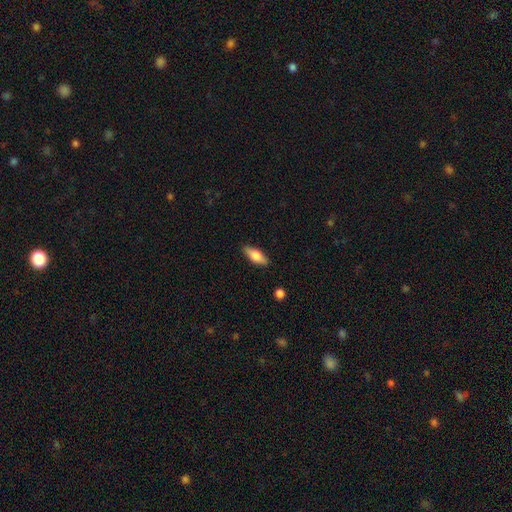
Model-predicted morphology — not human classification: Smooth or featured: smooth — 72% (featured or disk — 22%)
How rounded: in between — 71% (cigar-shaped — 26%)
Merging: none — 87% (minor disturbance — 9%)